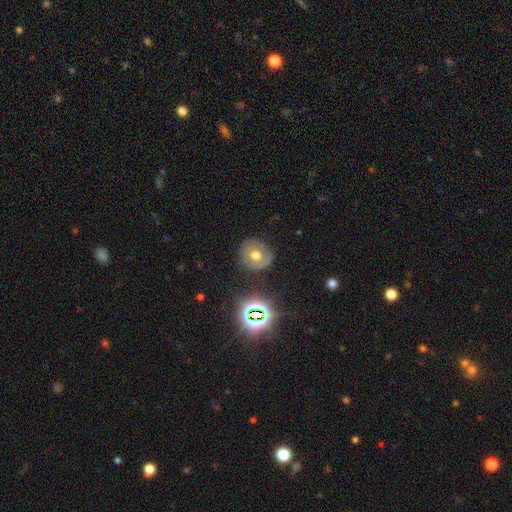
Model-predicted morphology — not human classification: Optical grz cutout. It shows a smooth galaxy with no disk features (52%) that is round (85%). Merging: none (78%).